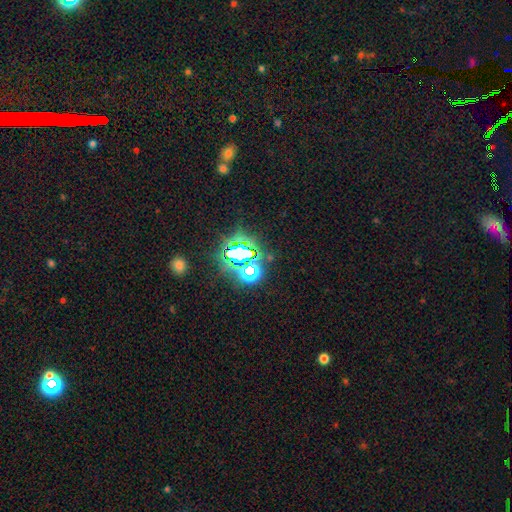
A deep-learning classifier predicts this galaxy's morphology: Smooth or featured? star or artifact (78%)